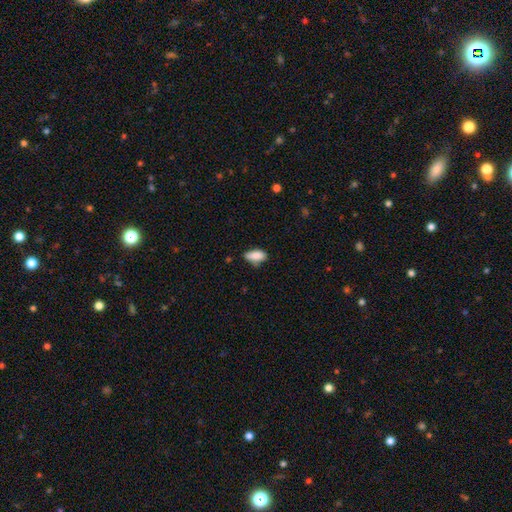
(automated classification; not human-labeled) Overall: smooth (86%). How rounded: in between (88%). Merging: none (61%; minor disturbance 29%).